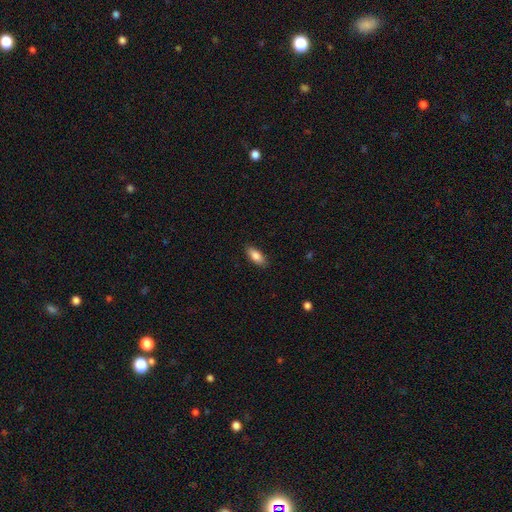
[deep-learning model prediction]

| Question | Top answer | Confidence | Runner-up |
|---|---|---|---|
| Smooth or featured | smooth | 85% | featured or disk (9%) |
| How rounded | in between | 83% | cigar-shaped (15%) |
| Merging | none | 88% | minor disturbance (9%) |